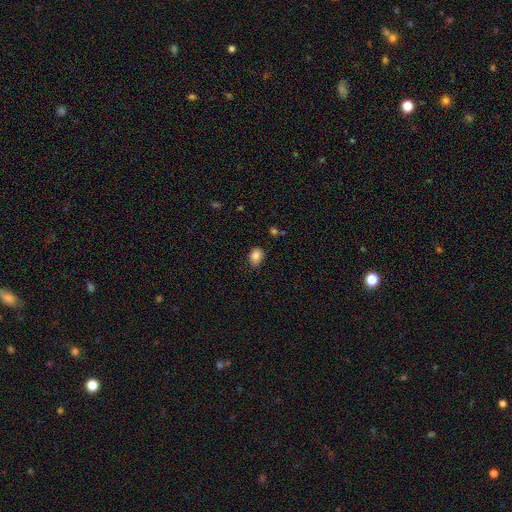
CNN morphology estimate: Overall: smooth (83%). How rounded: in between (63%; round 36%). Merging: none (77%).